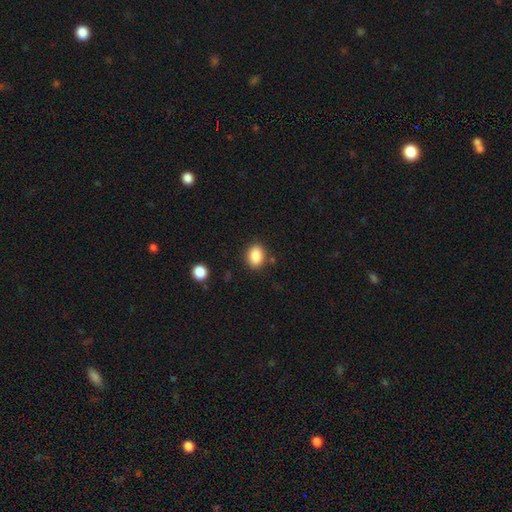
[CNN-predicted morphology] Smooth or featured? Predicted: smooth (p=0.87). How rounded? Predicted: in between (p=0.66). Merging? Predicted: none (p=0.85).